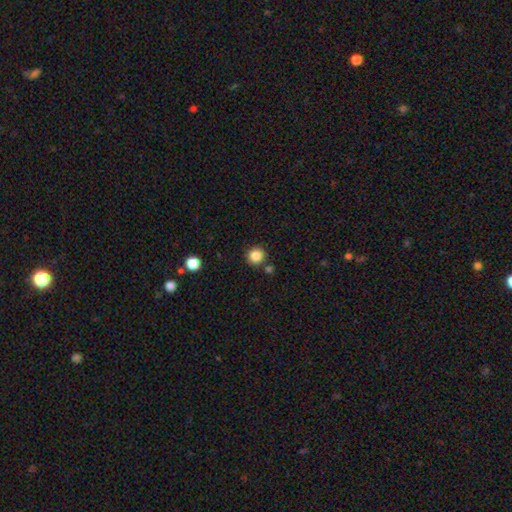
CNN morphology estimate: smooth 85%, star or artifact 11%, featured or disk 4%. Down the decision tree: how rounded — round (94%); merging — none (85%).